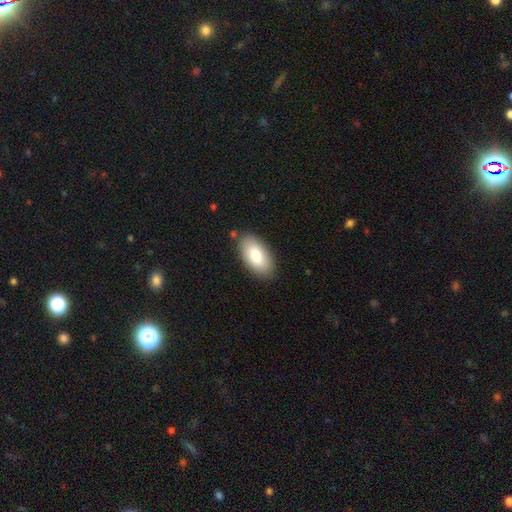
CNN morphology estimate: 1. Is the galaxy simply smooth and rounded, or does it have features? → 79% smooth, 15% featured or disk, 6% star or artifact.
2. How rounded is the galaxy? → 95% in between, 3% cigar-shaped, 3% round.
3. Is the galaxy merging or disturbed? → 85% none, 11% minor disturbance, 2% major disturbance, 2% merger.